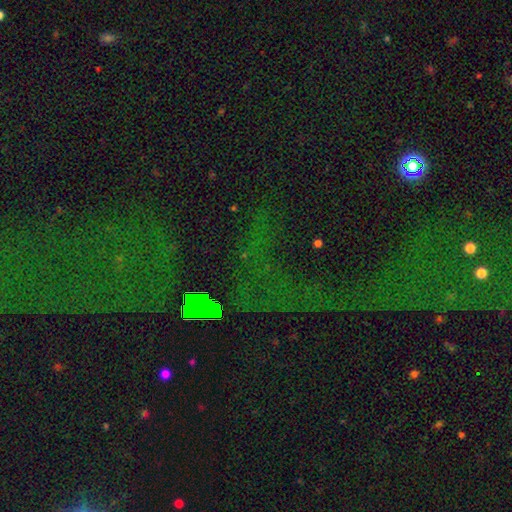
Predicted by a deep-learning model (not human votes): Smooth or featured?
  - star or artifact: 75% *
  - smooth: 13%
  - featured or disk: 12%